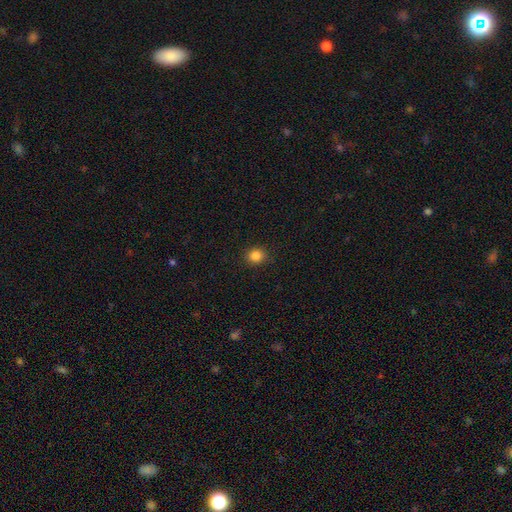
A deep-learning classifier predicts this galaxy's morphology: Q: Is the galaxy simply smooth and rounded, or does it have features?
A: smooth — 85%.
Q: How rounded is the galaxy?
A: round — 78%.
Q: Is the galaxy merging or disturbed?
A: none — 90%.